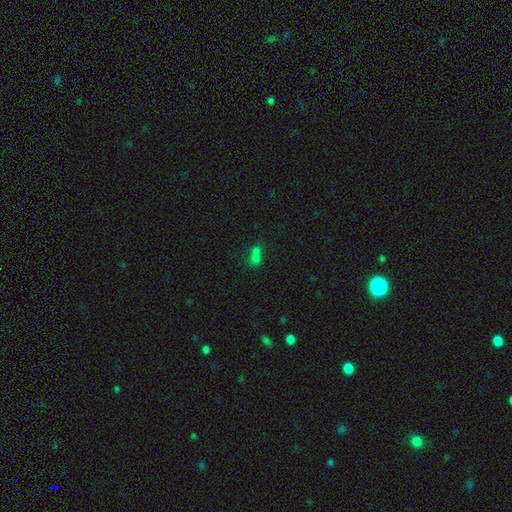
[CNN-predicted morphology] Smooth or featured? smooth (67%)
How rounded? in between (48%)
Merging? merger (64%)